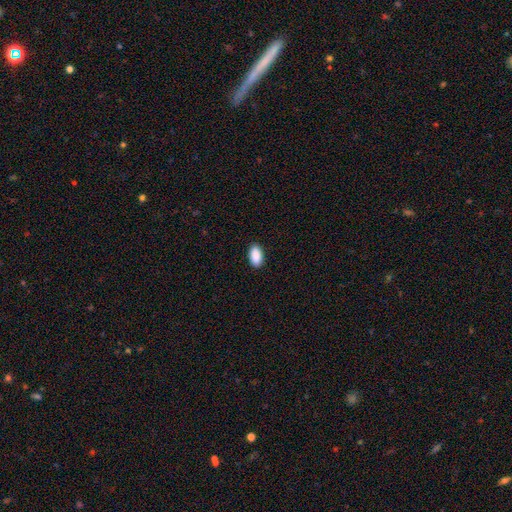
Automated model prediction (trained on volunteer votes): Overall: smooth (91%). How rounded: in between (95%). Merging: none (90%).